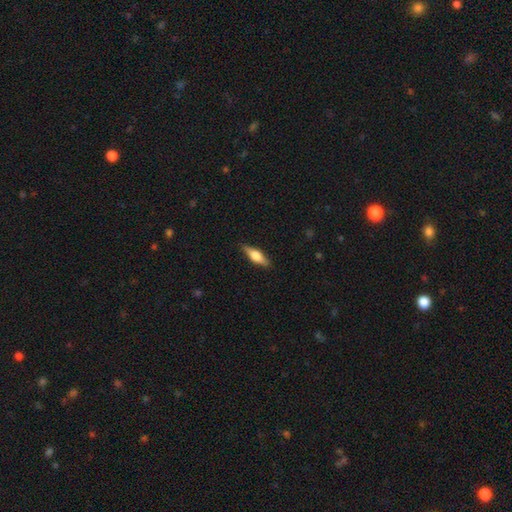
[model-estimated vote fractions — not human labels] A featured or disk galaxy (48%). Merging: none (88%).